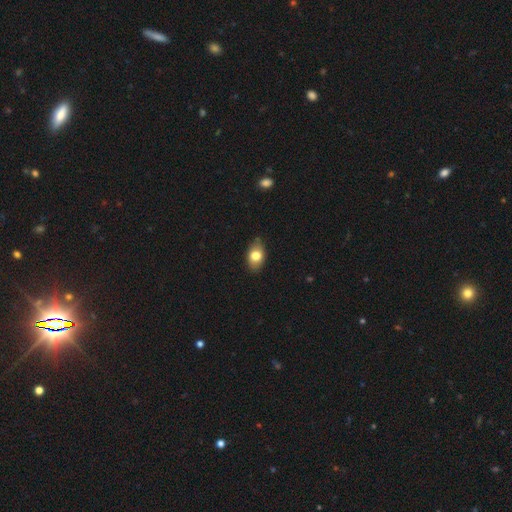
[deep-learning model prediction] A smooth galaxy with no disk features (77%) that is in between round and cigar-shaped (84%).

Vote fractions:
- Smooth or featured? smooth: 77% / featured or disk: 15% / star or artifact: 8%
- How rounded? in between: 84% / round: 14% / cigar-shaped: 2%
- Merging? none: 79% / minor disturbance: 17% / major disturbance: 3% / merger: 1%